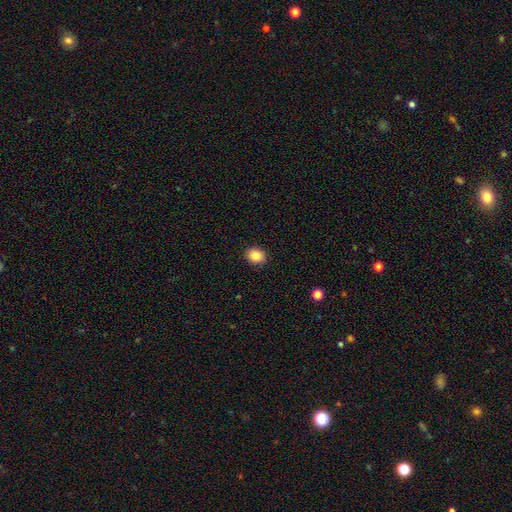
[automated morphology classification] Smooth or featured?
  - smooth: 85% *
  - star or artifact: 9%
  - featured or disk: 6%
How rounded?
  - round: 64% *
  - in between: 35%
  - cigar-shaped: 1%
Merging?
  - none: 92% *
  - minor disturbance: 6%
  - major disturbance: 2%
  - merger: 1%